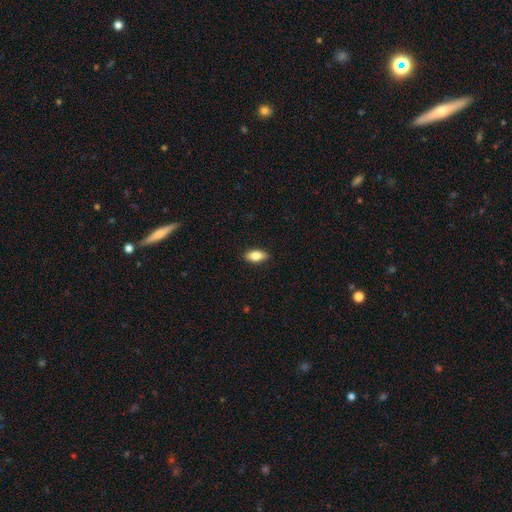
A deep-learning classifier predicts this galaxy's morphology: Overall: smooth (80%). How rounded: in between (86%). Merging: none (89%).